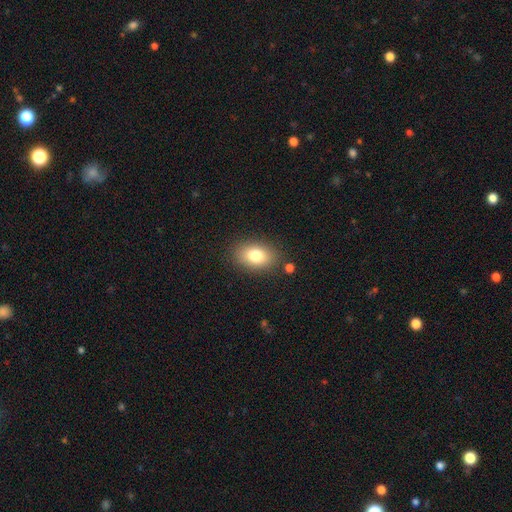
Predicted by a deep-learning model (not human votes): A smooth galaxy with no disk features (79%) that is in between round and cigar-shaped (82%). Merging: none (84%).